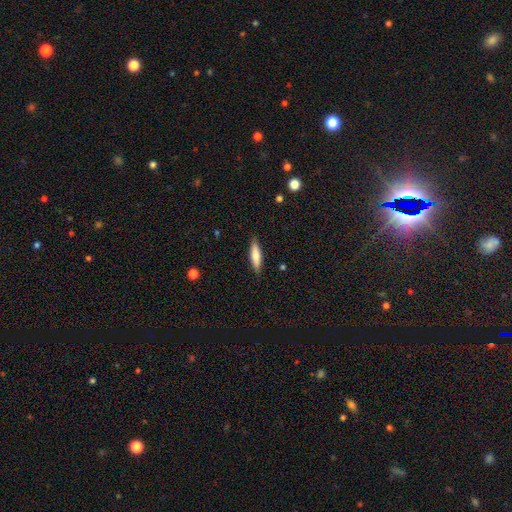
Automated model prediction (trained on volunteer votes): smooth_or_featured: smooth (p=0.70) [alt: featured or disk p=0.24]
how_rounded: cigar-shaped (p=0.73) [alt: in between p=0.26]
merging: none (p=0.88) [alt: minor disturbance p=0.09]